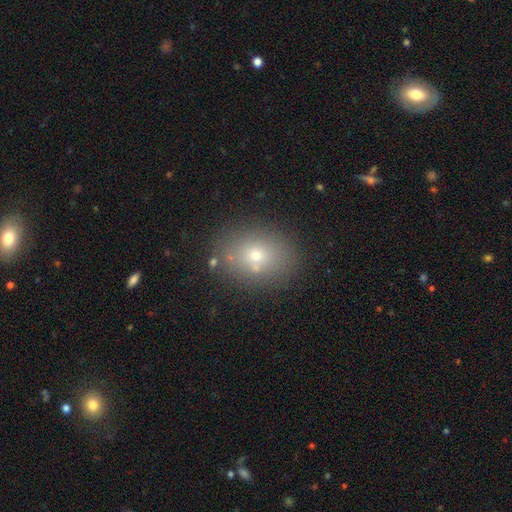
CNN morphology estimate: A smooth galaxy with no disk features (68%) that is in between round and cigar-shaped (58%).

Vote fractions:
- Smooth or featured? smooth: 68% / featured or disk: 16% / star or artifact: 16%
- How rounded? in between: 58% / round: 41% / cigar-shaped: 1%
- Merging? none: 80% / minor disturbance: 11% / merger: 5% / major disturbance: 4%